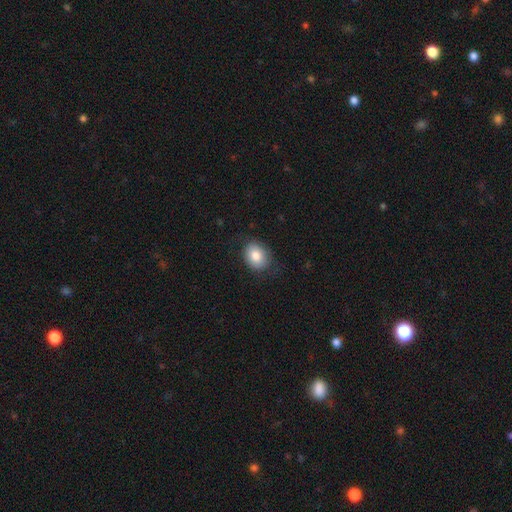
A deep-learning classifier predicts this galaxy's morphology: Smooth or featured? smooth (82%)
How rounded? in between (57%)
Merging? none (78%)